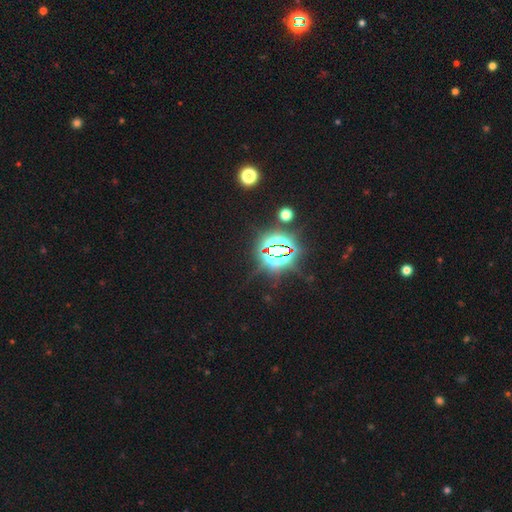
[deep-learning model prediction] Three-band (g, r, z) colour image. It shows a star or artifact, not a galaxy (82%).